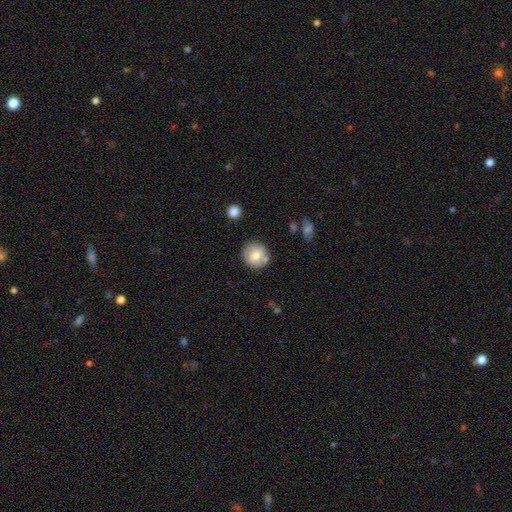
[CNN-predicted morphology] type=smooth (71%); roundness=round (90%); merging=none (76%).